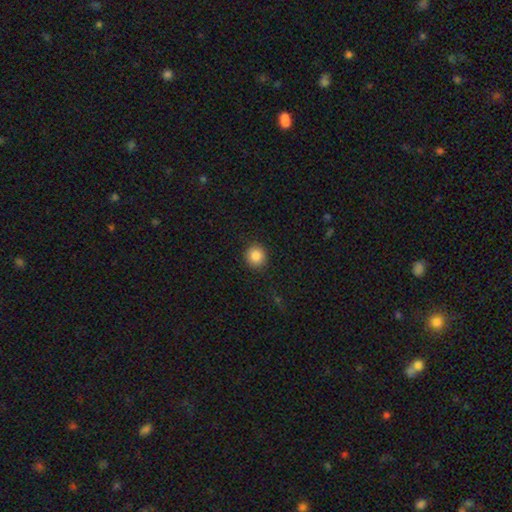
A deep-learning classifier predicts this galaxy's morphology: type=smooth (87%); roundness=round (89%); merging=none (91%).